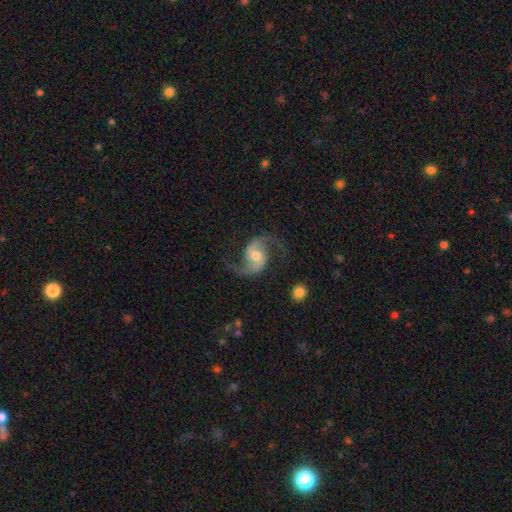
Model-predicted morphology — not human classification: Smooth or featured: featured or disk — 91% (star or artifact — 4%)
Edge-on disk: no — 98% (yes — 2%)
Bar: no — 45% (weak — 40%)
Spiral arms: yes — 98% (no — 2%)
Spiral winding: loose — 53% (medium — 41%)
Spiral arm count: 2 — 95% (can't tell — 1%)
Bulge size: moderate — 70% (small — 20%)
Merging: none — 80% (minor disturbance — 12%)